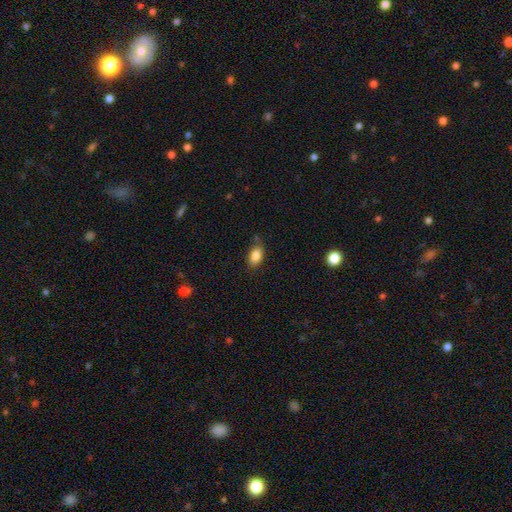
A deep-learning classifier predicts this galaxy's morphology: This is clearly a smooth galaxy (86%). How rounded: clearly in between (89%). Merging: clearly none (80%).